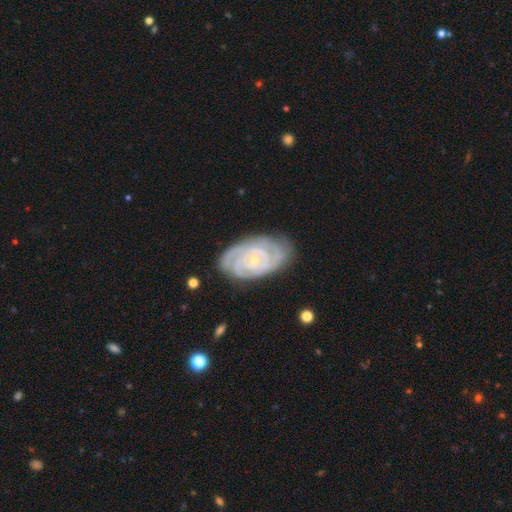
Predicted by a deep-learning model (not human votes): The model was most divided on "spiral arm count": 2: 30%, can't tell: 22%, 3: 22%, 4: 13%, more than 4: 6%, 1: 6%. More confident: spiral arms — yes (97%); edge-on disk — no (96%); smooth or featured — featured or disk (84%); merging — none (81%); bulge size — small (78%); spiral winding — tight (78%); bar — no (65%).